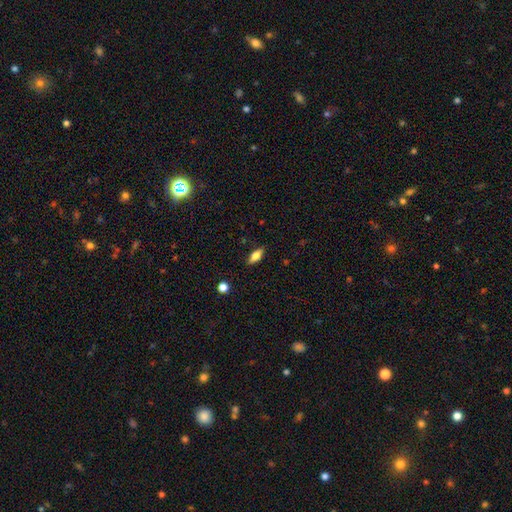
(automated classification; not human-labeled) This is possibly a smooth galaxy (58%). How rounded: likely in between (74%). Merging: clearly none (87%).